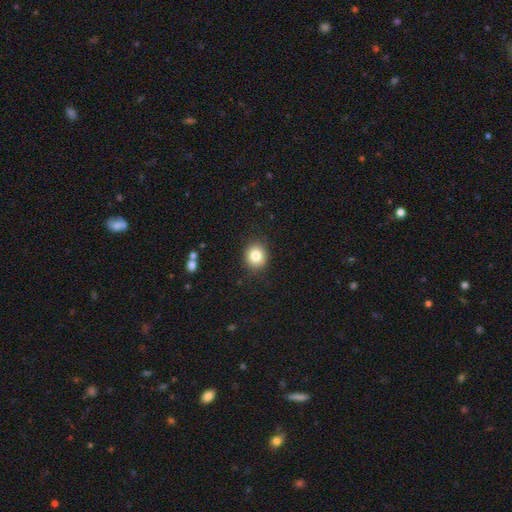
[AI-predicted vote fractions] Q: Smooth or featured?
A: smooth (82%); runner-up: star or artifact (10%)
Q: How rounded?
A: round (77%); runner-up: in between (22%)
Q: Merging?
A: none (88%); runner-up: minor disturbance (9%)